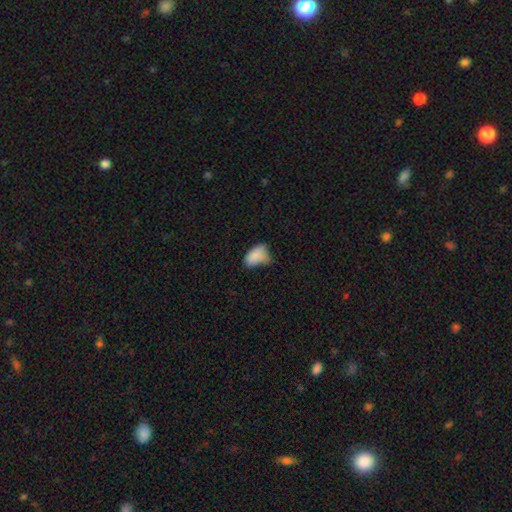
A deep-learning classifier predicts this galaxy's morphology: smooth 82%, star or artifact 10%, featured or disk 8%. Down the decision tree: how rounded — in between (90%); merging — minor disturbance (41%).